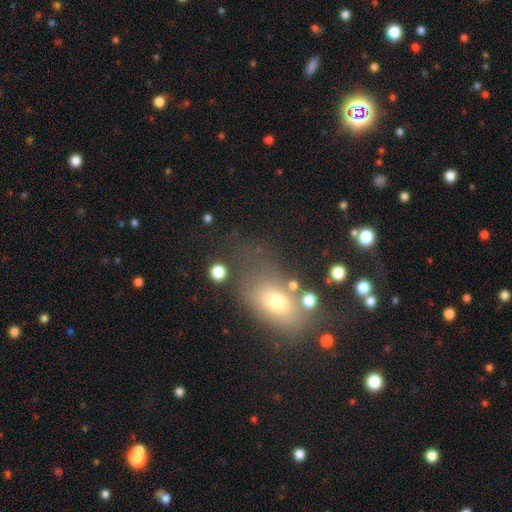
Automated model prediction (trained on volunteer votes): This appears to be a smooth galaxy with no disk features (59%) that is in between round and cigar-shaped (77%). Merging: none (60%).